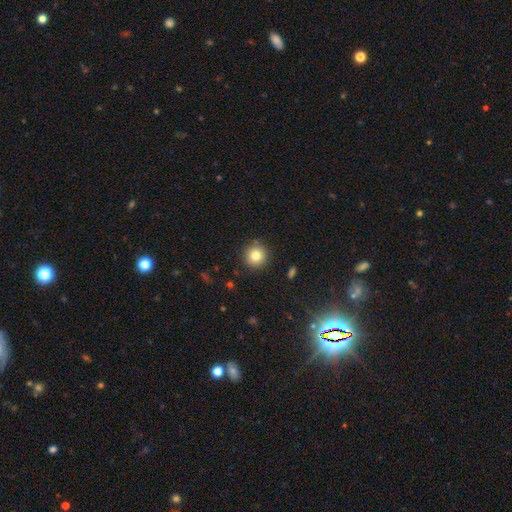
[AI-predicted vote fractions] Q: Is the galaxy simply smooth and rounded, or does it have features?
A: smooth — 81%.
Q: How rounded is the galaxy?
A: round — 94%.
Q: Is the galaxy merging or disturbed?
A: none — 88%.